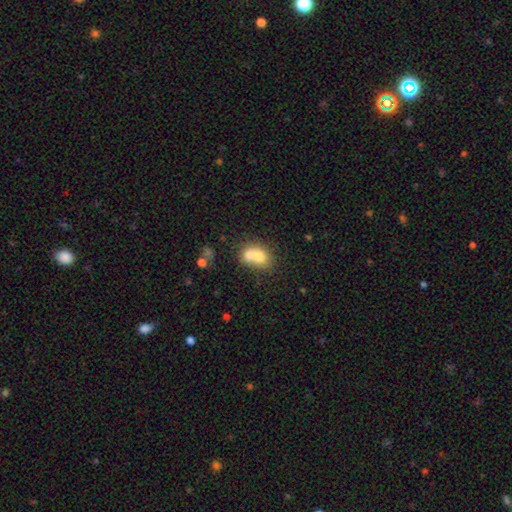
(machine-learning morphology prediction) This is likely a smooth galaxy (69%). How rounded: possibly in between (51%). Merging: likely merger (68%).